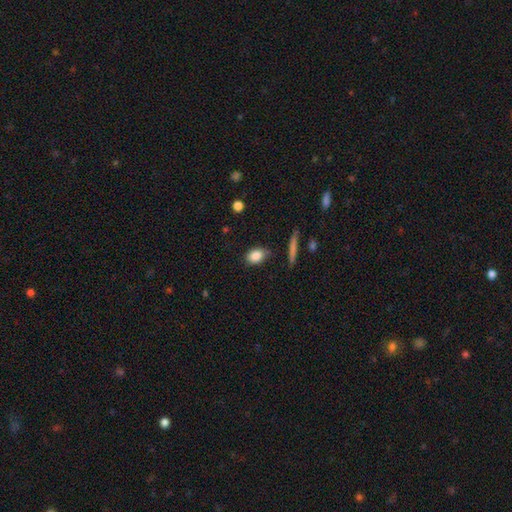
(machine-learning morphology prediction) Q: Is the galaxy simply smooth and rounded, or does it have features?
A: smooth — 86%.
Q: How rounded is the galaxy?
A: in between — 73%.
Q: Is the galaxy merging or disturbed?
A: none — 74%.